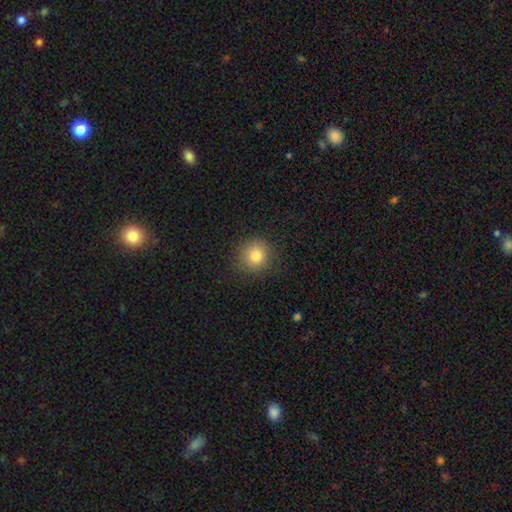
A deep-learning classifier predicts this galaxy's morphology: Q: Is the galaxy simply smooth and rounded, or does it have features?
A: smooth — 80%.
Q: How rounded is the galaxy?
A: round — 91%.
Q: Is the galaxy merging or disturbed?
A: none — 88%.